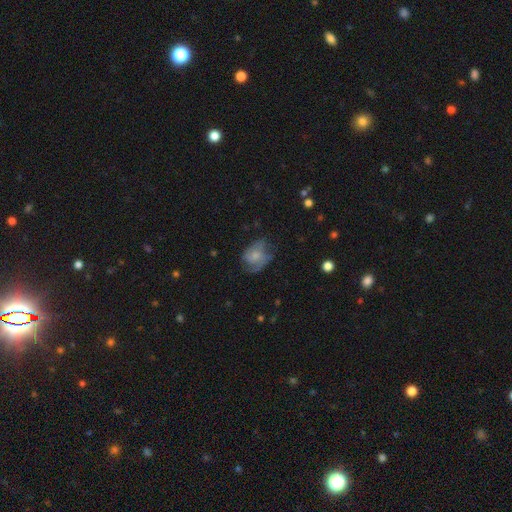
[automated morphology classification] This is possibly a featured or disk galaxy (50%). It is clearly not viewed edge-on (97%). Merging: marginally none (44%).